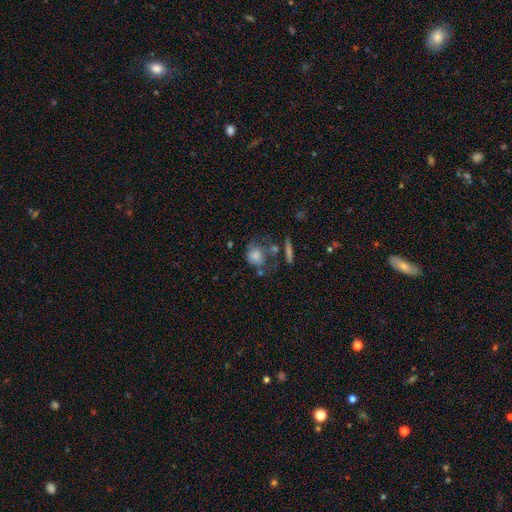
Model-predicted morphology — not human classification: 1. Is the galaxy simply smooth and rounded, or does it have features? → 74% smooth, 17% featured or disk, 9% star or artifact.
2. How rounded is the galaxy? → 57% round, 41% in between, 2% cigar-shaped.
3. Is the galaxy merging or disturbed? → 39% none, 24% minor disturbance, 20% major disturbance, 17% merger.